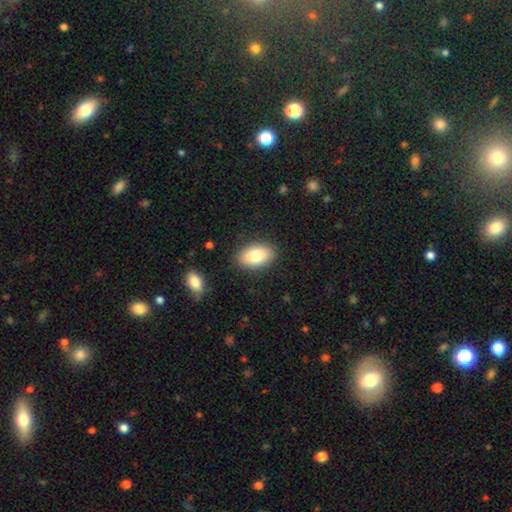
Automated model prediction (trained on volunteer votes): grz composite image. It shows a smooth galaxy with no disk features (81%) that is in between round and cigar-shaped (89%). Merging: none (87%).